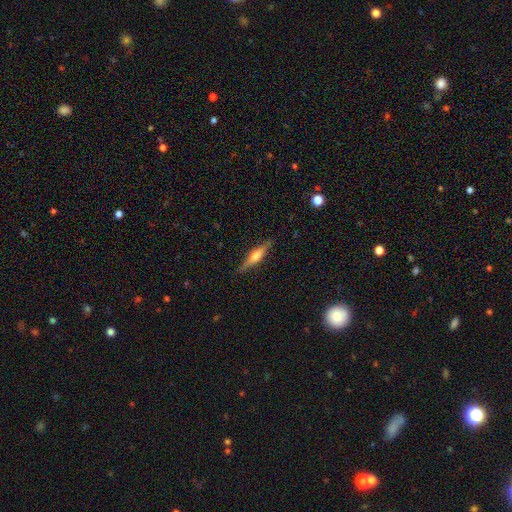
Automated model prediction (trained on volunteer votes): Morphology: type=featured or disk (65%); edge-on=yes (97%); edge-on bulge=rounded (83%); merging=none (87%).